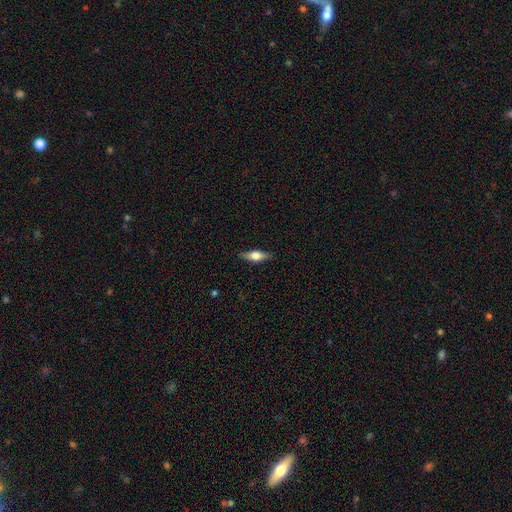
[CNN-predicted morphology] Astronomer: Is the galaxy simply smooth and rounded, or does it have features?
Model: smooth — 49% (runner-up: featured or disk, 44%).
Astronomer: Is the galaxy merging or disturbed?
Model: none — 87%.